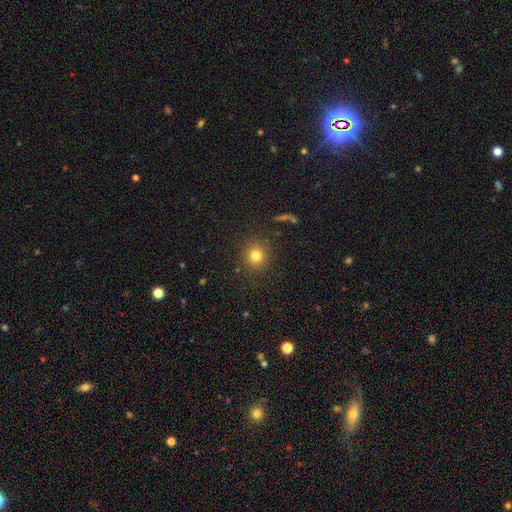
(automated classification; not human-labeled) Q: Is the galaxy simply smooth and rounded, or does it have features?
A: smooth — 79%.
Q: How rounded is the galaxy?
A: round — 90%.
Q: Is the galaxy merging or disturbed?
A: none — 88%.